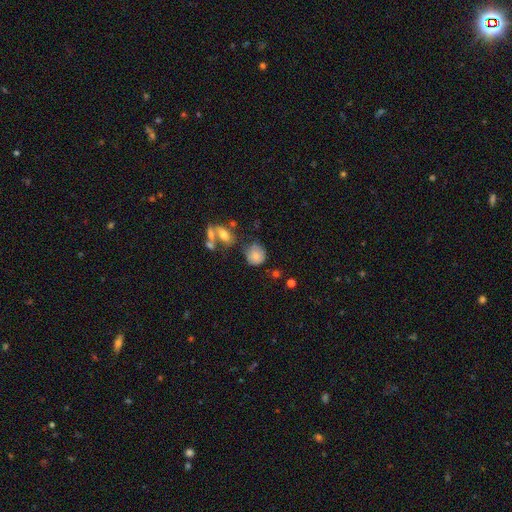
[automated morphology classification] Smooth or featured? smooth (76%)
How rounded? round (77%)
Merging? none (55%)